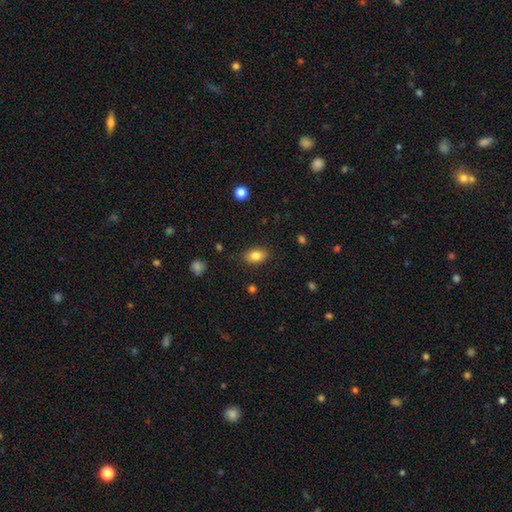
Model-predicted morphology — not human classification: Smooth or featured? smooth (83%)
How rounded? in between (86%)
Merging? none (86%)